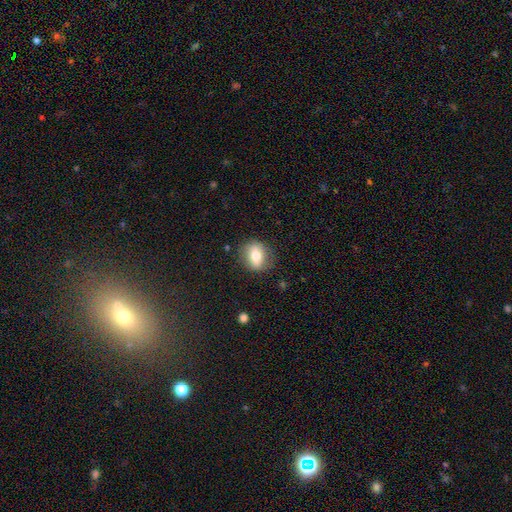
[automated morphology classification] Q: Smooth or featured?
A: smooth (69%); runner-up: featured or disk (23%)
Q: How rounded?
A: round (52%); runner-up: in between (46%)
Q: Merging?
A: none (80%); runner-up: minor disturbance (14%)